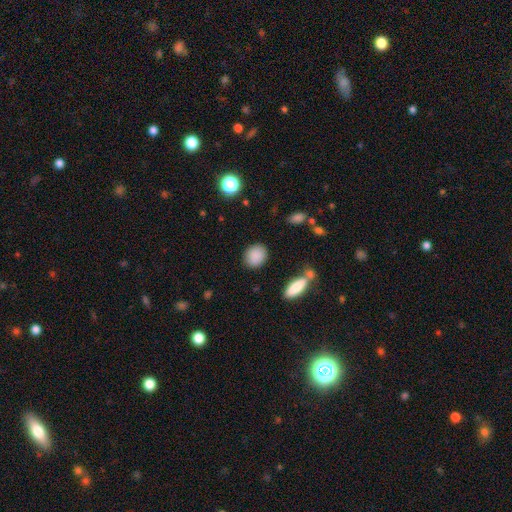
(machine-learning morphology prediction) Overall: smooth (88%). How rounded: round (66%; in between 32%). Merging: none (85%).